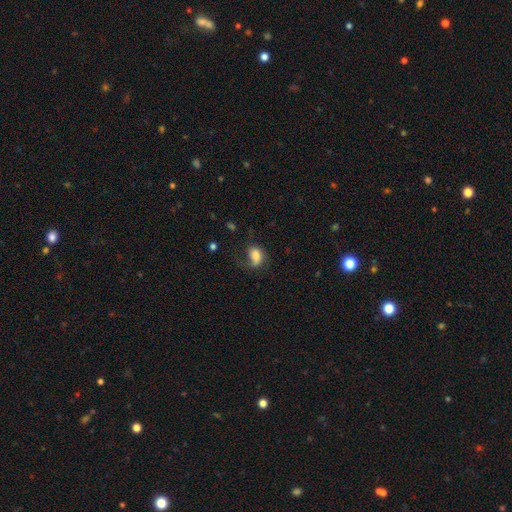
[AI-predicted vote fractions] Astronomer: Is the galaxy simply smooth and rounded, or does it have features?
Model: smooth — 67%.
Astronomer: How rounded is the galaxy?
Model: in between — 79%.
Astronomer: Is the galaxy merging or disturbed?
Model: none — 40% (runner-up: major disturbance, 31%).